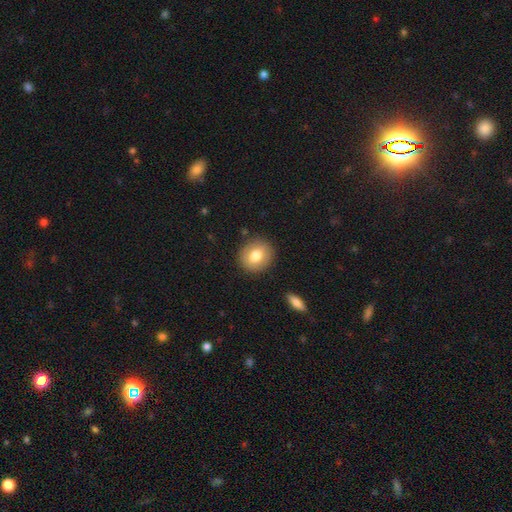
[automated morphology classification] Smooth or featured: smooth — 77% (featured or disk — 15%)
How rounded: round — 78% (in between — 21%)
Merging: none — 88% (minor disturbance — 8%)